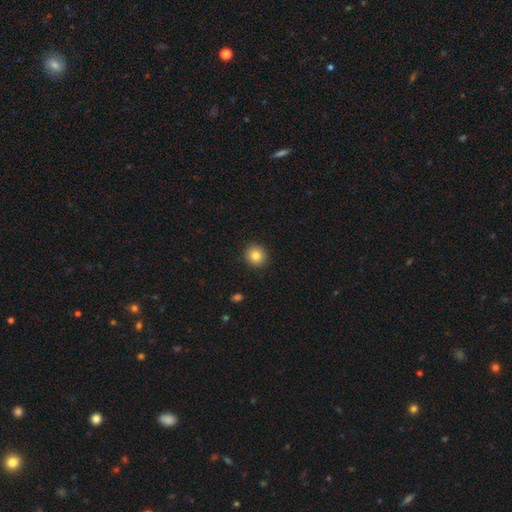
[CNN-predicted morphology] Q: Smooth or featured?
A: smooth (82%); runner-up: star or artifact (10%)
Q: How rounded?
A: round (92%); runner-up: in between (7%)
Q: Merging?
A: none (92%); runner-up: minor disturbance (6%)